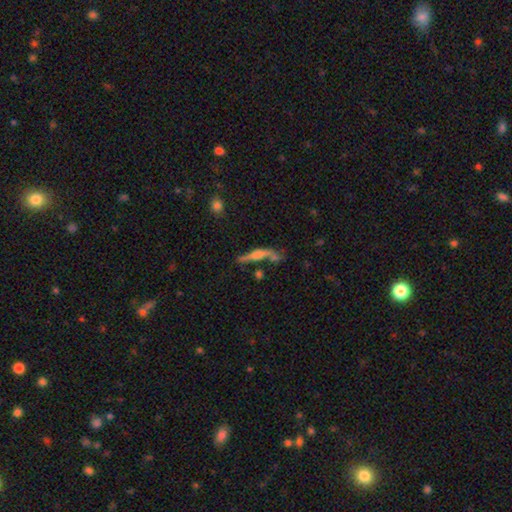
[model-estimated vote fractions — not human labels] Overall: featured or disk (57%; smooth 32%). Edge-on disk: yes (86%). Merging: none (52%; merger 19%).